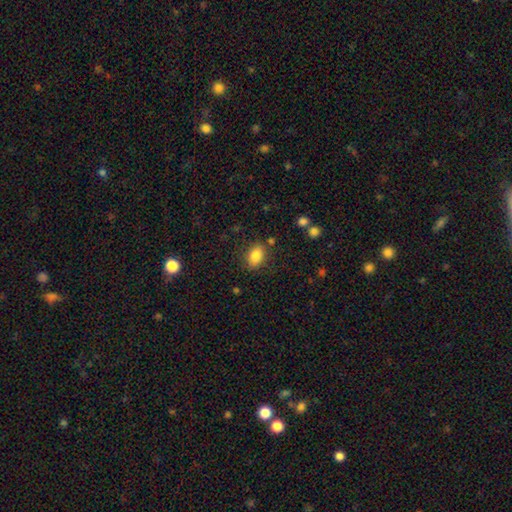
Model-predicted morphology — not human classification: This appears to be a smooth galaxy with no disk features (85%) that is in between round and cigar-shaped (83%). Merging: none (82%).